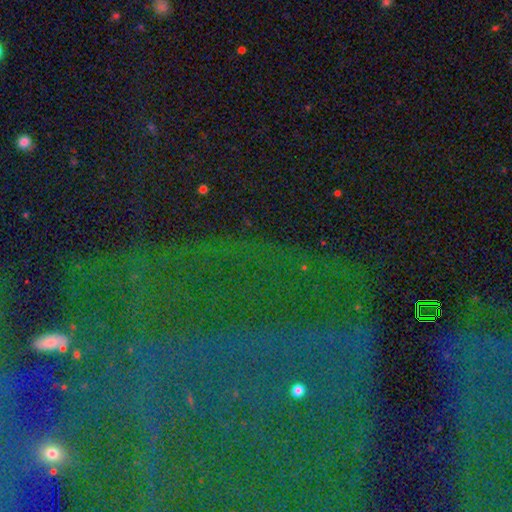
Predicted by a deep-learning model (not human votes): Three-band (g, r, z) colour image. It shows a star or artifact, not a galaxy (81%).